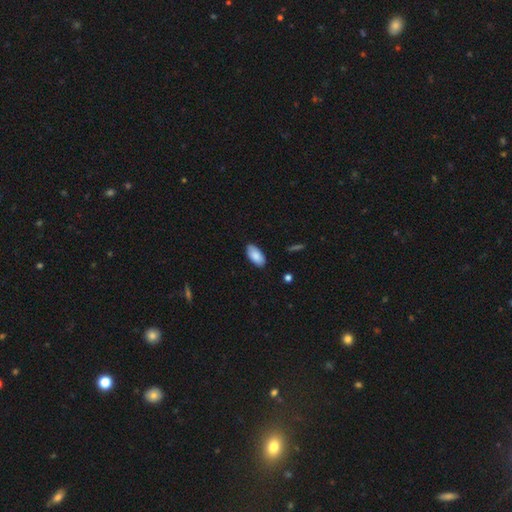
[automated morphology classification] type=smooth (88%); roundness=in between (94%); merging=none (86%).